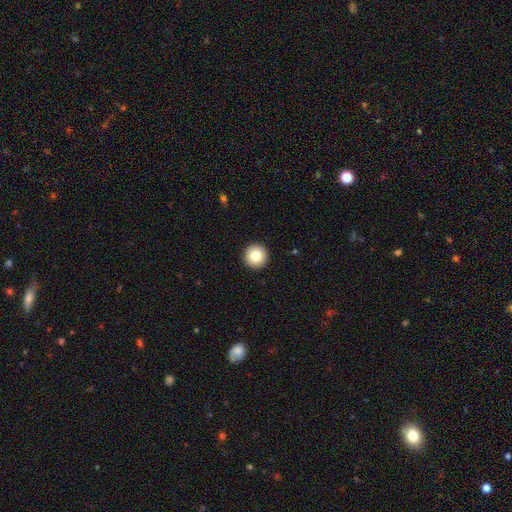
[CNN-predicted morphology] smooth_or_featured: smooth (p=0.82) [alt: star or artifact p=0.09]
how_rounded: round (p=0.97) [alt: in between p=0.02]
merging: none (p=0.94) [alt: minor disturbance p=0.04]